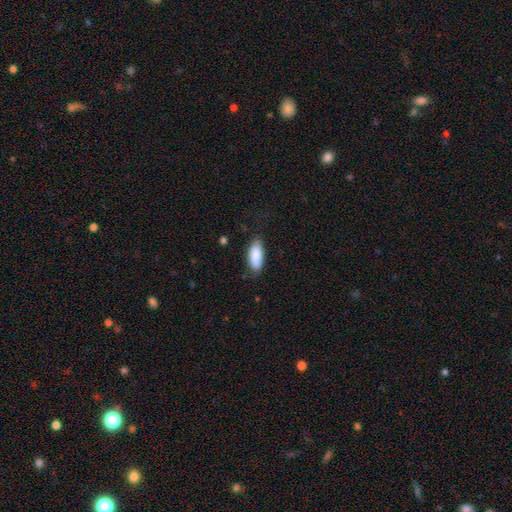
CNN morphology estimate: Overall: smooth (87%). How rounded: in between (83%). Merging: none (76%).